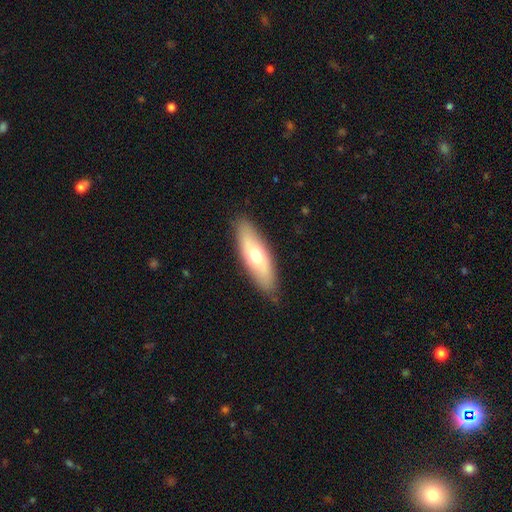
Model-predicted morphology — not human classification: The model was most divided on "how rounded": in between: 56%, cigar-shaped: 42%, round: 2%. More confident: merging — none (85%); smooth or featured — smooth (59%).